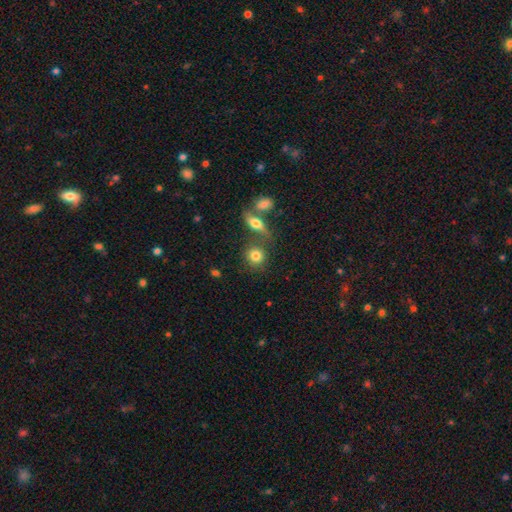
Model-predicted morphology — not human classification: Smooth or featured? Predicted: smooth (p=0.80). How rounded? Predicted: round (p=0.79). Merging? Predicted: none (p=0.61).